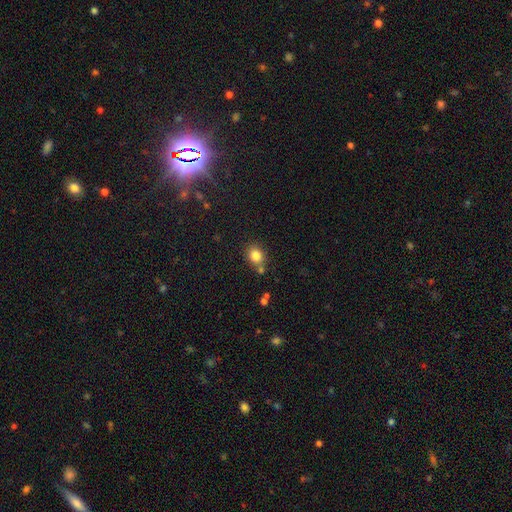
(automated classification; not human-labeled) The model was most divided on "how rounded": round: 63%, in between: 36%, cigar-shaped: 1%. More confident: smooth or featured — smooth (83%); merging — none (71%).